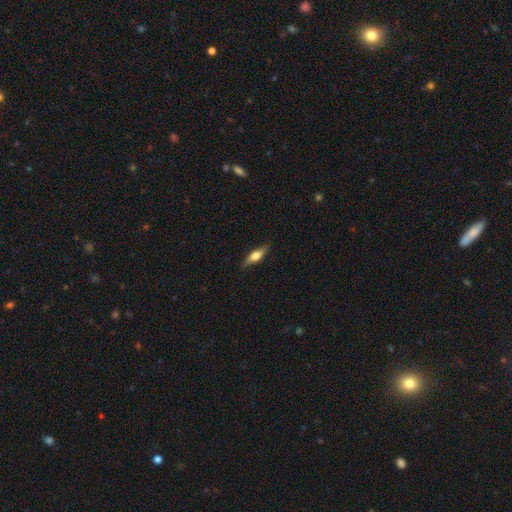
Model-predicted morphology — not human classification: Overall: smooth (47%; featured or disk 46%). Merging: none (83%).